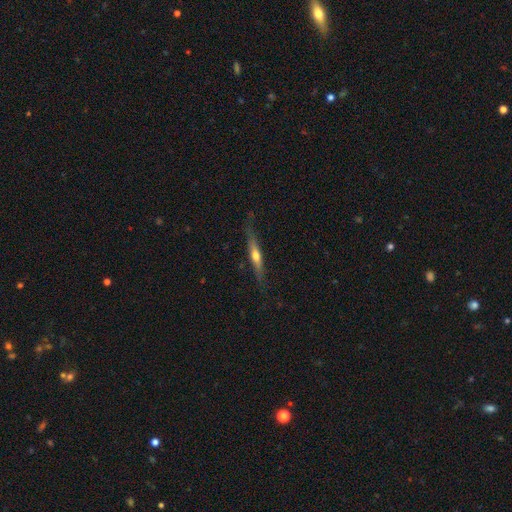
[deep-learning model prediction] A featured or disk galaxy (55%) viewed edge-on (93%) with a rounded central bulge (82%).

Vote fractions:
- Smooth or featured? featured or disk: 55% / smooth: 39% / star or artifact: 6%
- Edge-on disk? yes: 93% / no: 7%
- Edge-on bulge? rounded: 82% / none: 12% / boxy: 5%
- Merging? none: 77% / minor disturbance: 18% / major disturbance: 4% / merger: 1%